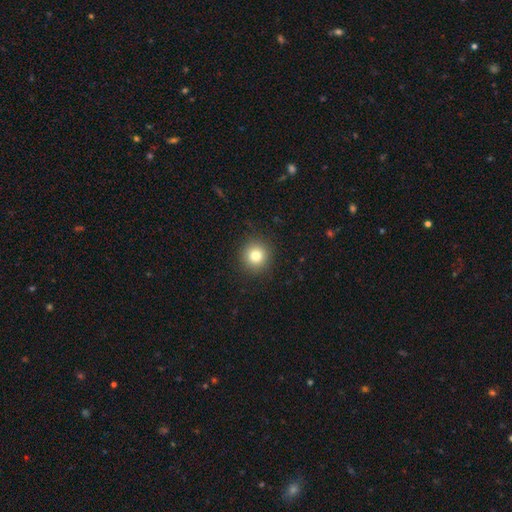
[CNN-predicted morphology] This appears to be a smooth galaxy with no disk features (80%) that is round (94%). Merging: none (91%).